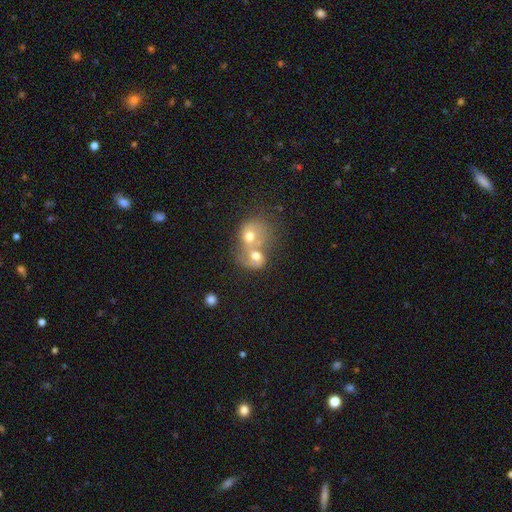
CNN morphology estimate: Smooth or featured?
  - smooth: 55% *
  - featured or disk: 34%
  - star or artifact: 10%
How rounded?
  - round: 58% *
  - in between: 41%
  - cigar-shaped: 1%
Merging?
  - merger: 77% *
  - none: 11%
  - major disturbance: 6%
  - minor disturbance: 5%